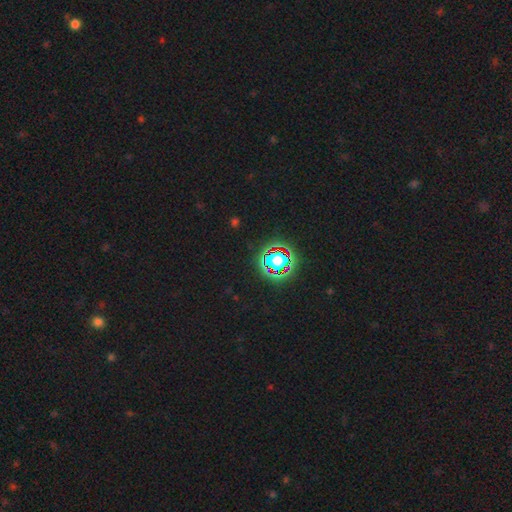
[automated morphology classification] Smooth or featured?
  - star or artifact: 82% *
  - smooth: 12%
  - featured or disk: 6%